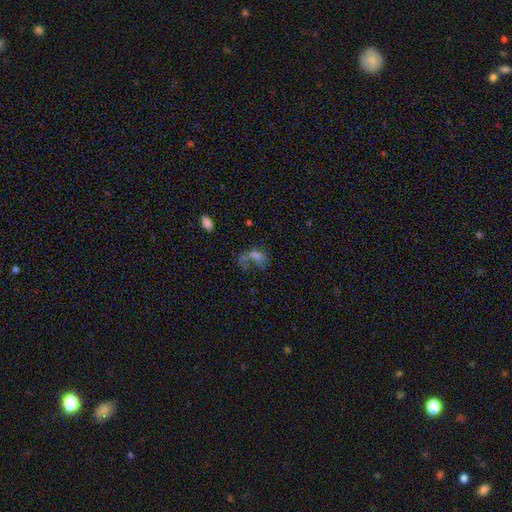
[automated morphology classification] type=featured or disk (42%); merging=major disturbance (43%).